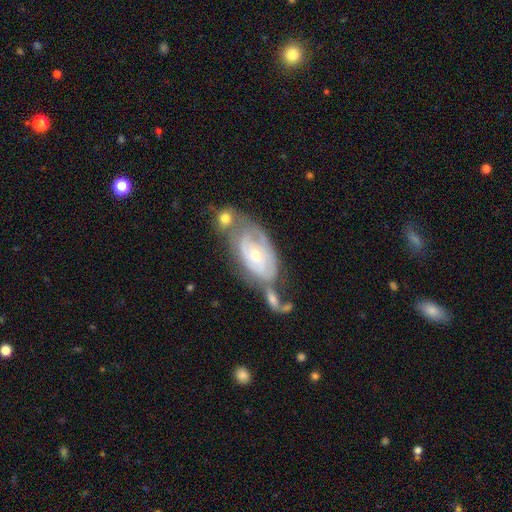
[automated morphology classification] smooth-or-featured: featured or disk: 76% | smooth: 18% | star or artifact: 6%
  disk-edge-on: no: 94% | yes: 6%
    bar: no: 71% | weak: 23% | strong: 6%
    has-spiral-arms: yes: 77% | no: 23%
      spiral-winding: tight: 65% | medium: 25% | loose: 9%
      spiral-arm-count: can't tell: 49% | 2: 32% | 1: 8% | 3: 6% | 4: 3% | more than 4: 2%
    bulge-size: small: 53% | moderate: 43% | large: 2% | none: 1% | dominant: 1%
  merging: merger: 42% | none: 25% | minor disturbance: 18% | major disturbance: 15%